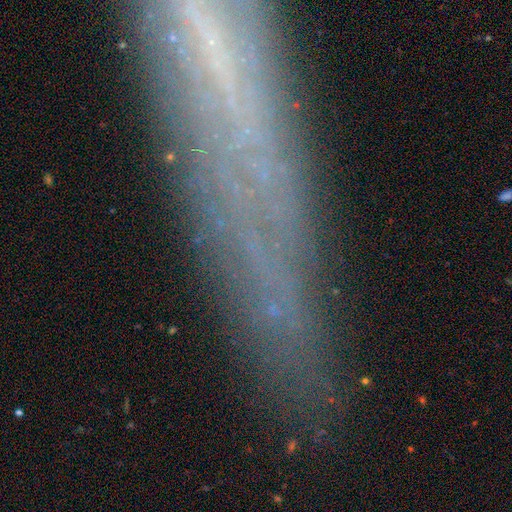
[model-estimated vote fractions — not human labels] Smooth or featured: featured or disk — 41% (star or artifact — 36%)
Merging: none — 74% (minor disturbance — 15%)